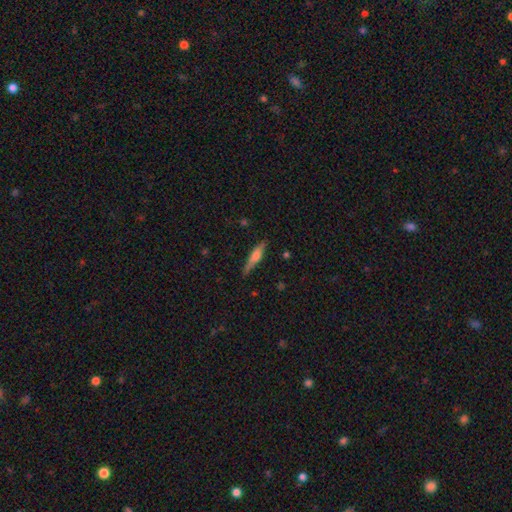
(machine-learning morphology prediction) smooth 52%, featured or disk 41%, star or artifact 7%. Down the decision tree: how rounded — cigar-shaped (83%); merging — none (78%).